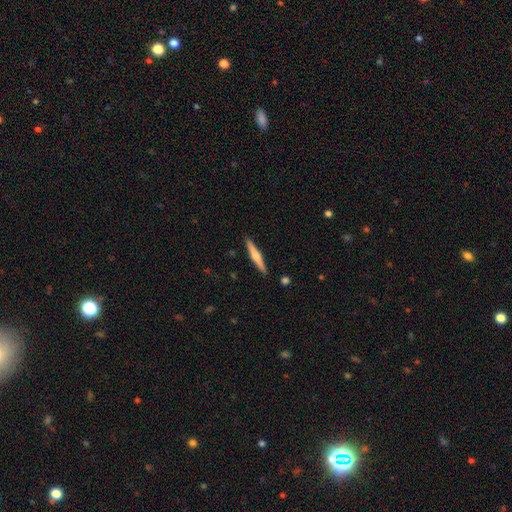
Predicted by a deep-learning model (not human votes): Smooth or featured: featured or disk — 55% (smooth — 40%)
Edge-on disk: yes — 98% (no — 2%)
Edge-on bulge: rounded — 84% (none — 10%)
Merging: none — 91% (minor disturbance — 6%)